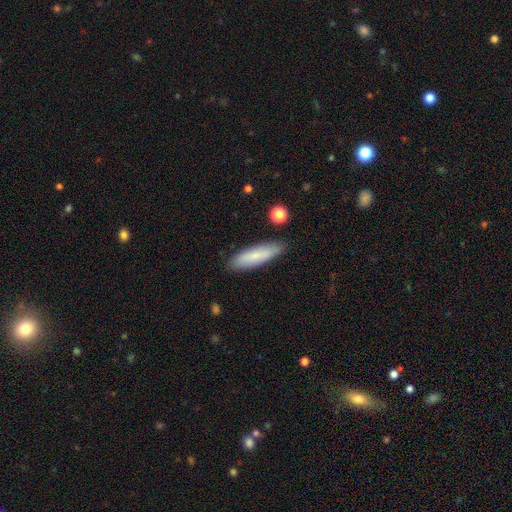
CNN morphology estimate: Smooth or featured: smooth — 75% (featured or disk — 18%)
How rounded: cigar-shaped — 66% (in between — 32%)
Merging: none — 86% (minor disturbance — 10%)